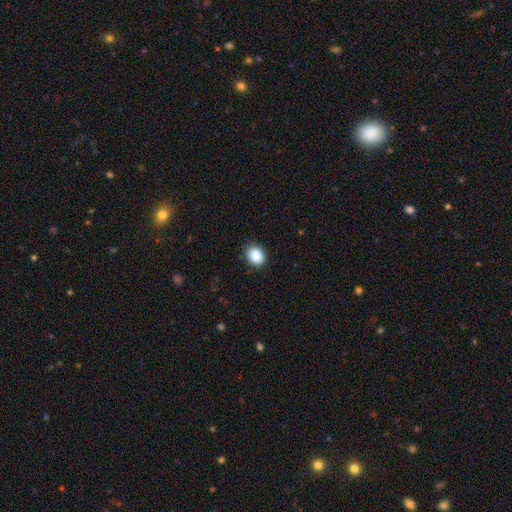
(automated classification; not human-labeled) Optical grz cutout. It shows a smooth galaxy with no disk features (88%) that is in between round and cigar-shaped (60%). Merging: none (87%).